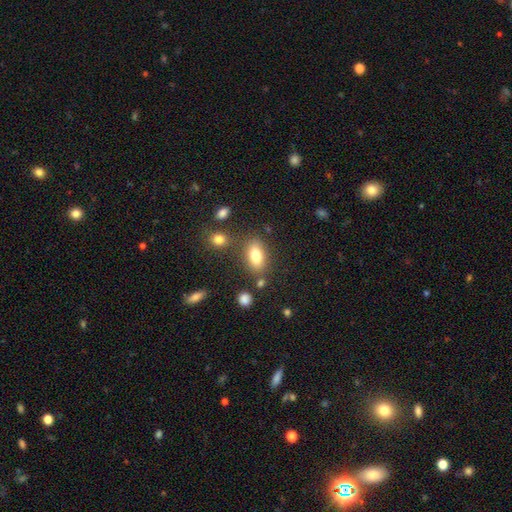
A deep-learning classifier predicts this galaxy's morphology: smooth-or-featured: smooth: 78% | featured or disk: 13% | star or artifact: 9%
  how-rounded: in between: 86% | round: 8% | cigar-shaped: 6%
  merging: none: 73% | minor disturbance: 14% | merger: 9% | major disturbance: 4%